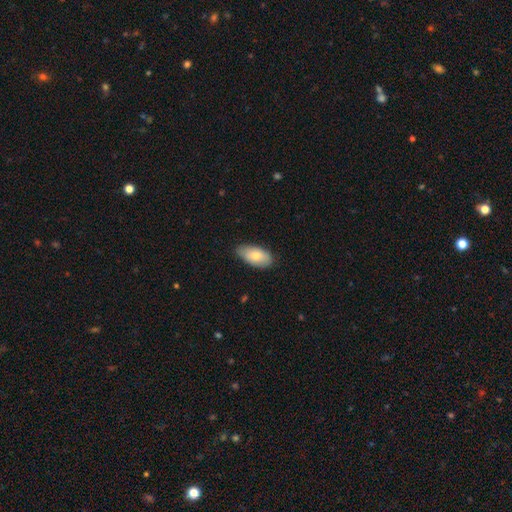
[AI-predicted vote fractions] The model was most divided on "merging": none: 71%, minor disturbance: 24%, major disturbance: 3%, merger: 1%. More confident: how rounded — in between (94%); smooth or featured — smooth (79%).